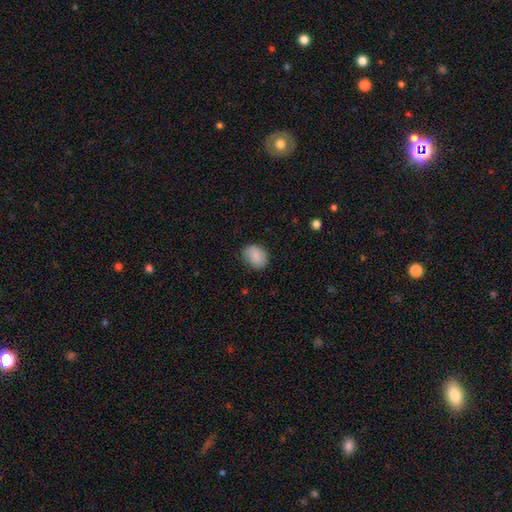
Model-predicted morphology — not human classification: A smooth galaxy with no disk features (83%) that is in between round and cigar-shaped (53%).

Vote fractions:
- Smooth or featured? smooth: 83% / featured or disk: 9% / star or artifact: 7%
- How rounded? in between: 53% / round: 46% / cigar-shaped: 1%
- Merging? none: 78% / minor disturbance: 17% / major disturbance: 3% / merger: 1%